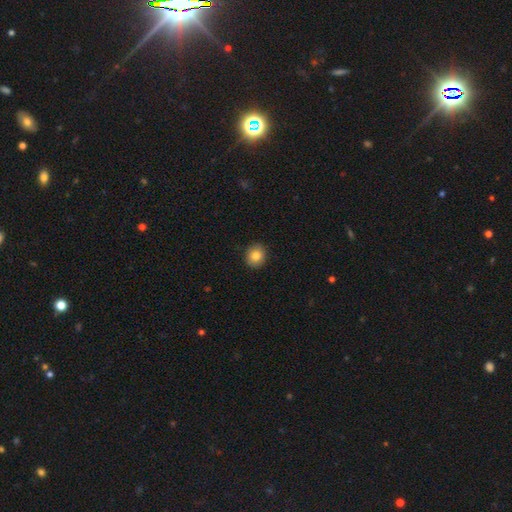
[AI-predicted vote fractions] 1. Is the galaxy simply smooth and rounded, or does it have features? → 84% smooth, 9% star or artifact, 7% featured or disk.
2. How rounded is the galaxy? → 78% round, 21% in between, 1% cigar-shaped.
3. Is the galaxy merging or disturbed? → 90% none, 7% minor disturbance, 2% major disturbance, 1% merger.